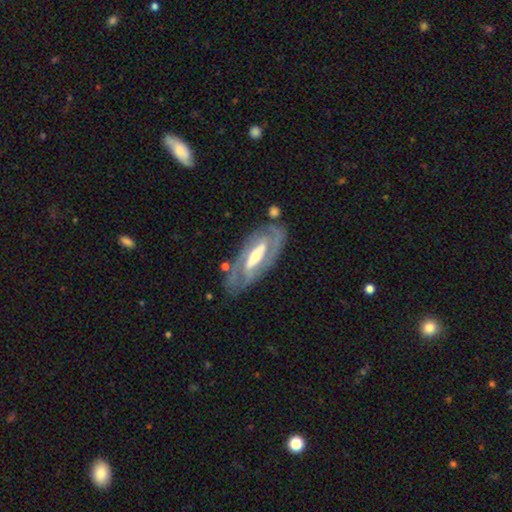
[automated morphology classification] Smooth or featured? featured or disk (82%)
Edge-on disk? no (87%)
Bar? strong (49%)
Spiral arms? yes (82%)
Spiral winding? tight (56%)
Spiral arm count? 2 (71%)
Bulge size? moderate (57%)
Merging? none (75%)